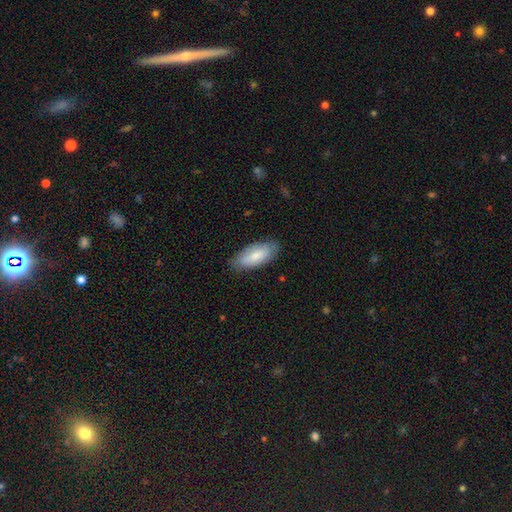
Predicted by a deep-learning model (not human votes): Smooth or featured?
  - smooth: 76% *
  - featured or disk: 18%
  - star or artifact: 6%
How rounded?
  - in between: 86% *
  - cigar-shaped: 12%
  - round: 2%
Merging?
  - none: 79% *
  - minor disturbance: 17%
  - major disturbance: 3%
  - merger: 1%